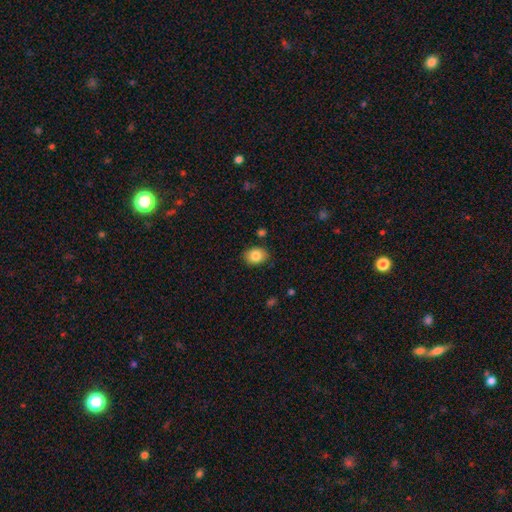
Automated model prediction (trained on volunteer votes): smooth 84%, star or artifact 8%, featured or disk 8%. Down the decision tree: how rounded — in between (58%); merging — none (85%).